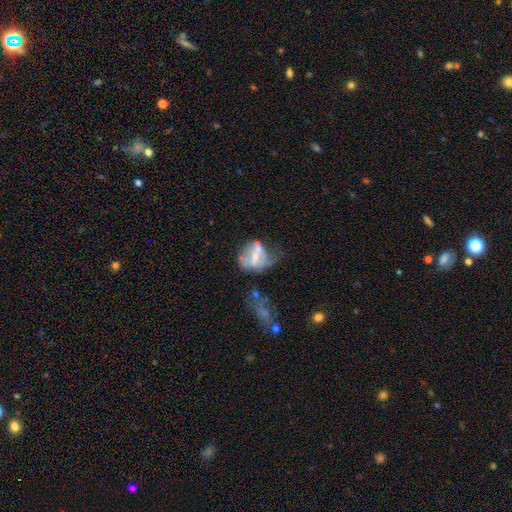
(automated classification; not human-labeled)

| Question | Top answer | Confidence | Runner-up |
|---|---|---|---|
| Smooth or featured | featured or disk | 52% | smooth (38%) |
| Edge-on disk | no | 95% | yes (5%) |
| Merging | none | 29% | major disturbance (26%) |